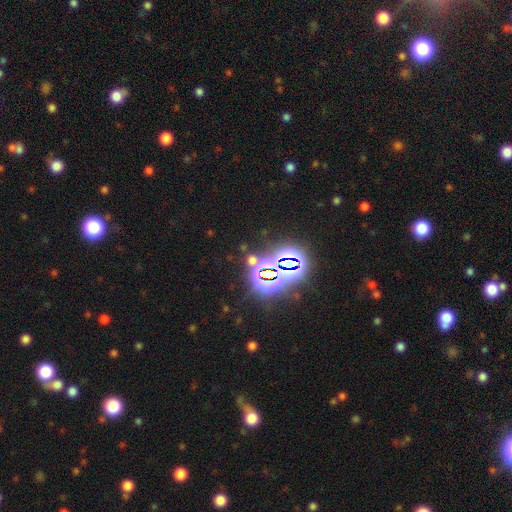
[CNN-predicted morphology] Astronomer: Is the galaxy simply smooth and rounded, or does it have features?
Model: star or artifact — 79%.